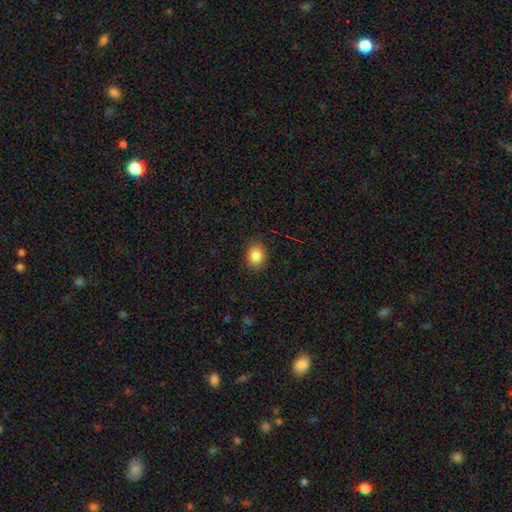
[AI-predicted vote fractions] This is clearly a smooth galaxy (87%). How rounded: possibly in between (52%). Merging: clearly none (88%).